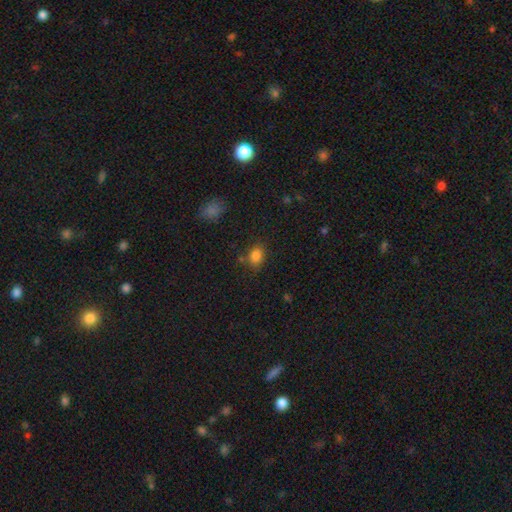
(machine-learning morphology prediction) type=smooth (83%); roundness=in between (61%); merging=none (75%).